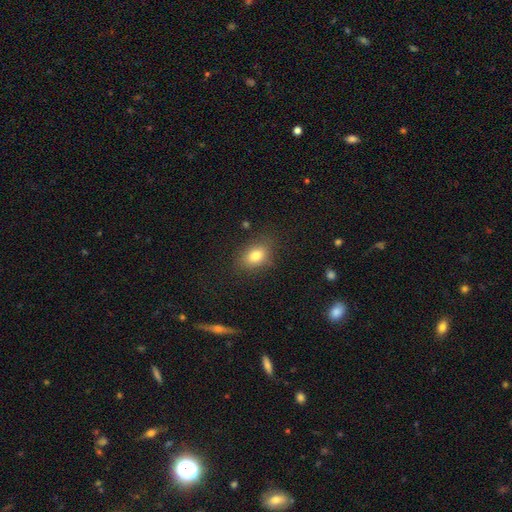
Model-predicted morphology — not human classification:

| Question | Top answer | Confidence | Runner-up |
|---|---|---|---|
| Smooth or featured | smooth | 80% | star or artifact (10%) |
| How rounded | in between | 77% | round (21%) |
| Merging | none | 79% | minor disturbance (14%) |